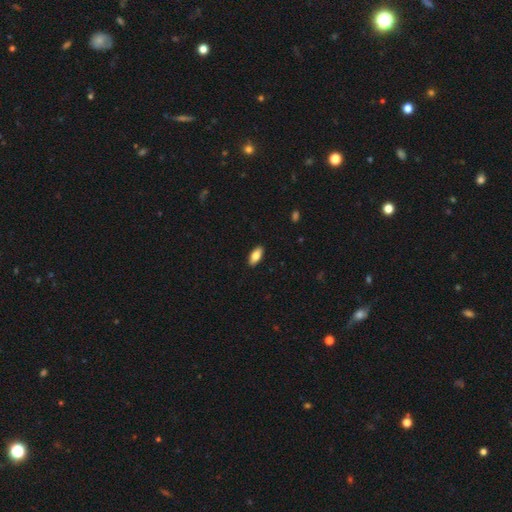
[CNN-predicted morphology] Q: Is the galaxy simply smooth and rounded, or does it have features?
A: smooth — 82%.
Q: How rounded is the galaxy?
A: in between — 89%.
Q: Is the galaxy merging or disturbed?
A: none — 90%.